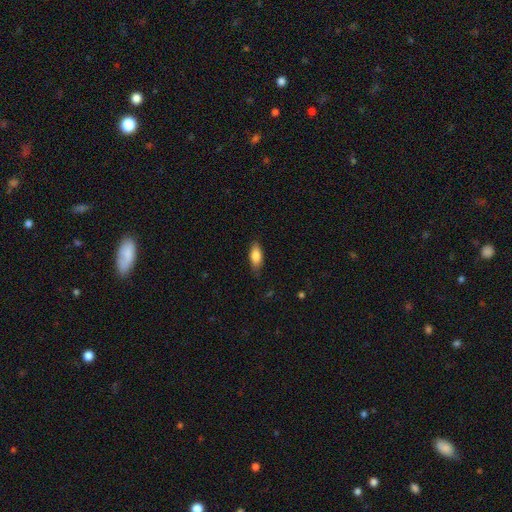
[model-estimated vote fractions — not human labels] Q: Smooth or featured?
A: smooth (81%); runner-up: featured or disk (12%)
Q: How rounded?
A: in between (81%); runner-up: cigar-shaped (16%)
Q: Merging?
A: none (80%); runner-up: minor disturbance (16%)